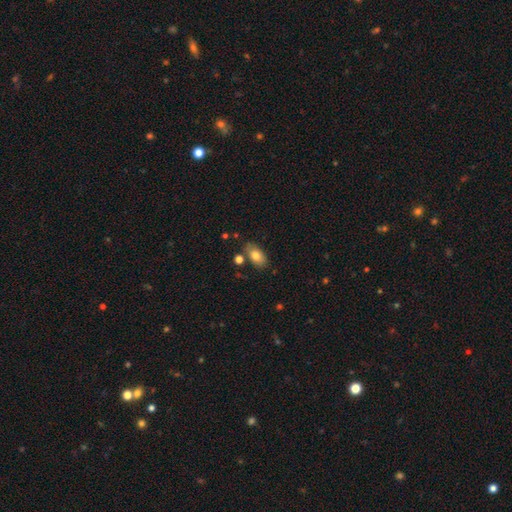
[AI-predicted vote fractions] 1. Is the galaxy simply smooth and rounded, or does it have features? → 78% smooth, 14% featured or disk, 8% star or artifact.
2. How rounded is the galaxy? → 90% in between, 7% round, 3% cigar-shaped.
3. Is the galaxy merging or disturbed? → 75% none, 15% minor disturbance, 6% merger, 3% major disturbance.